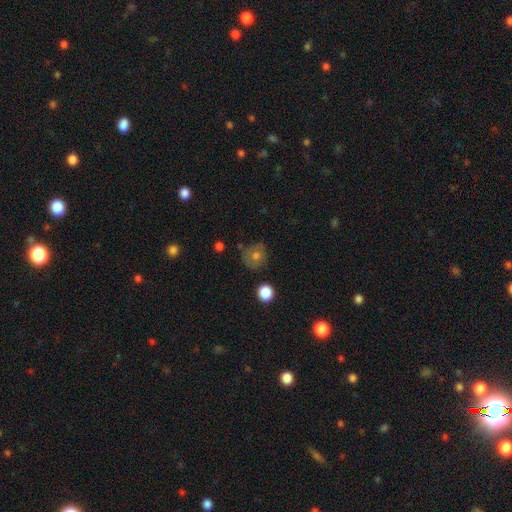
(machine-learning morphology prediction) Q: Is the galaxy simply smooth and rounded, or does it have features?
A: smooth — 66%.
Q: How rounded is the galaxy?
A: round — 85%.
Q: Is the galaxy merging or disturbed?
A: none — 71%.